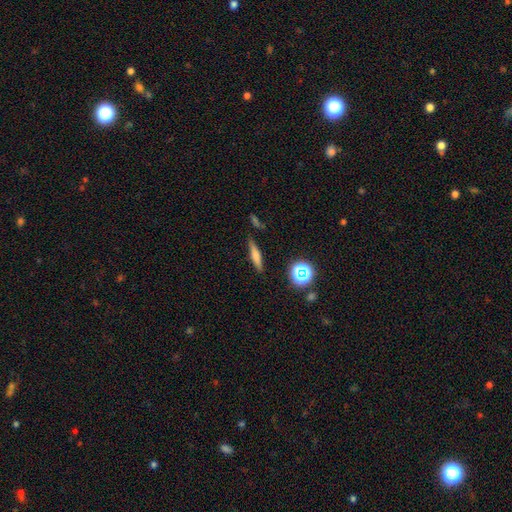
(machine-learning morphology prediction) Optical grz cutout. It shows a smooth galaxy with no disk features (59%) that is cigar-shaped (80%). Merging: none (80%).